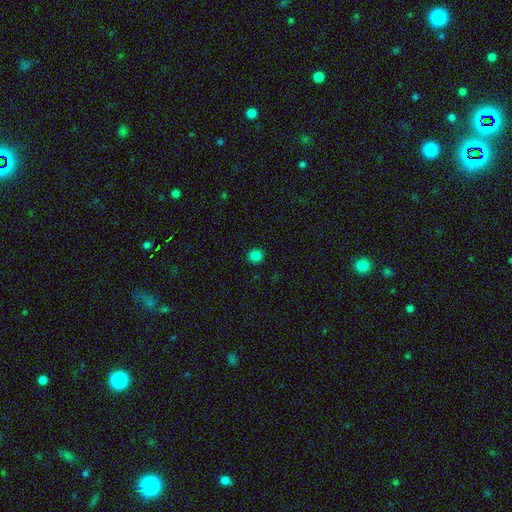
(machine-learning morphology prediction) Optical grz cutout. It shows a smooth galaxy with no disk features (83%) that is round (88%). Merging: none (92%).